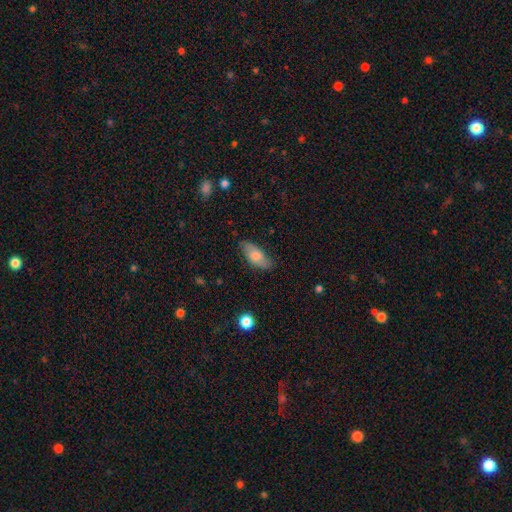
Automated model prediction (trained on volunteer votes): The model was most divided on "smooth or featured": smooth: 69%, featured or disk: 24%, star or artifact: 7%. More confident: how rounded — in between (86%); merging — none (77%).